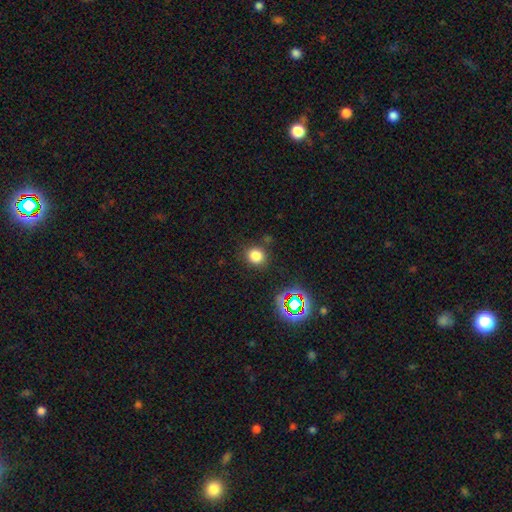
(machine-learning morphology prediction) This appears to be a smooth galaxy with no disk features (78%) that is round (80%). Merging: none (84%).